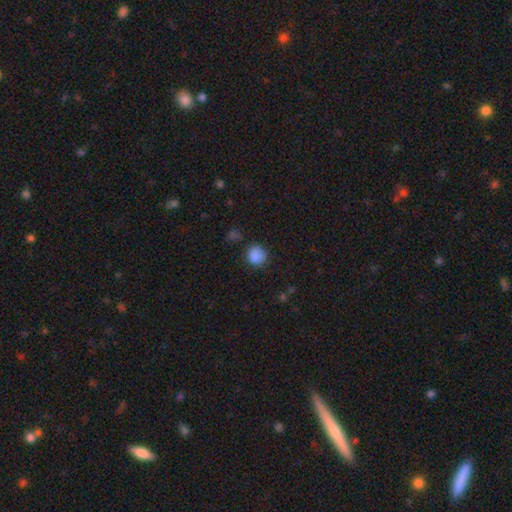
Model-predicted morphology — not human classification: Smooth or featured? smooth (85%)
How rounded? round (84%)
Merging? none (73%)